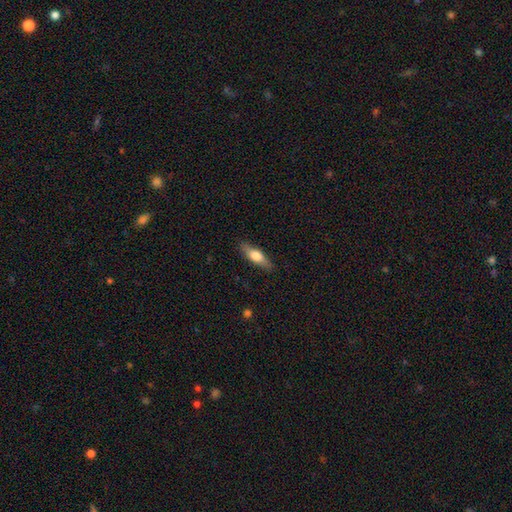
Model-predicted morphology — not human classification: Smooth or featured: smooth — 61% (featured or disk — 33%)
How rounded: cigar-shaped — 52% (in between — 45%)
Merging: none — 85% (minor disturbance — 11%)